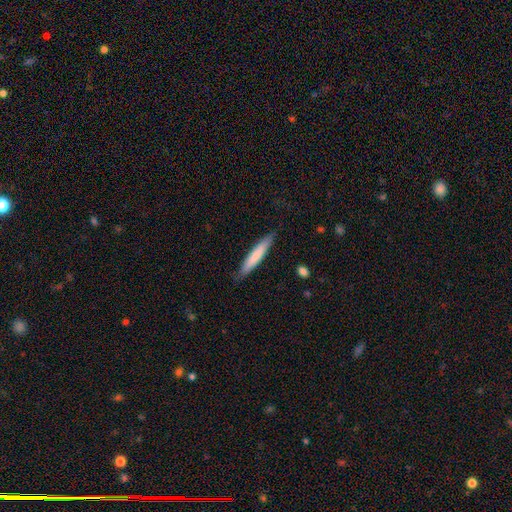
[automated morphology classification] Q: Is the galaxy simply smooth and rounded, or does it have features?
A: smooth — 75%.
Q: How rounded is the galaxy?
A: cigar-shaped — 93%.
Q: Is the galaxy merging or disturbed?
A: none — 87%.